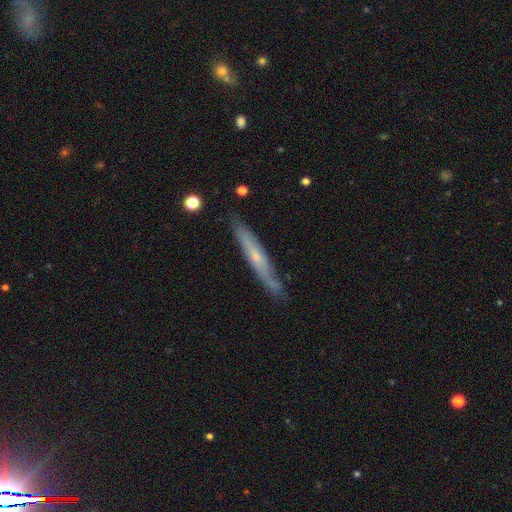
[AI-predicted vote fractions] The model was most divided on "smooth or featured": featured or disk: 59%, smooth: 35%, star or artifact: 6%. More confident: edge-on disk — yes (82%); merging — none (78%).